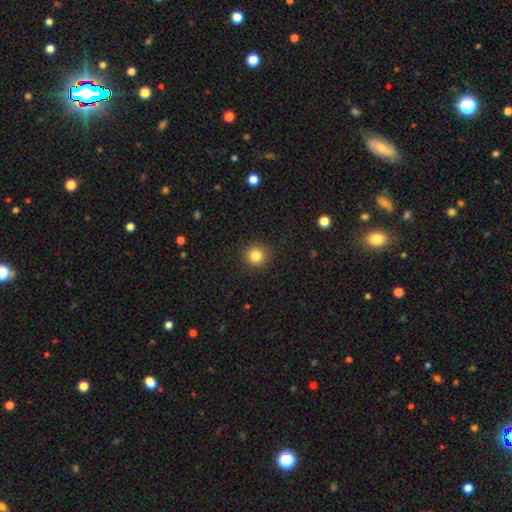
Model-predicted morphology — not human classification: smooth_or_featured: smooth (p=0.84) [alt: star or artifact p=0.11]
how_rounded: round (p=0.93) [alt: in between p=0.07]
merging: none (p=0.90) [alt: minor disturbance p=0.07]